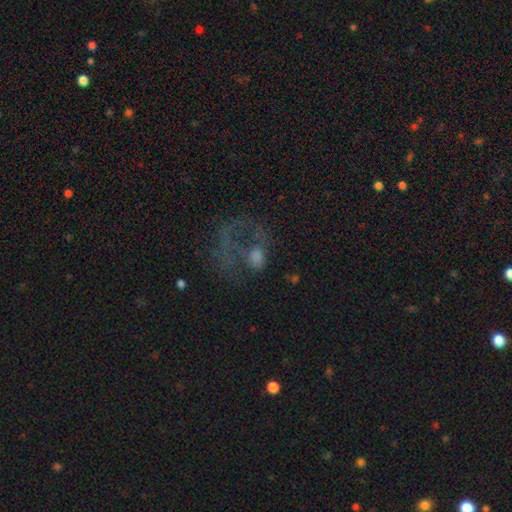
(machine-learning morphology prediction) A featured or disk galaxy (42%). Merging: major disturbance (58%).